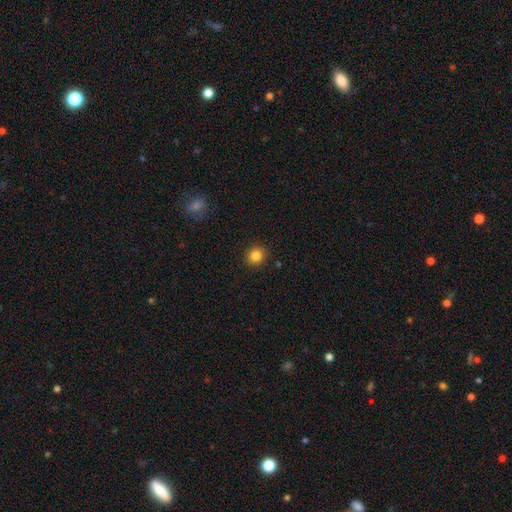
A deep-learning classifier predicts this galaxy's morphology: This is clearly a smooth galaxy (84%). How rounded: clearly round (89%). Merging: clearly none (91%).